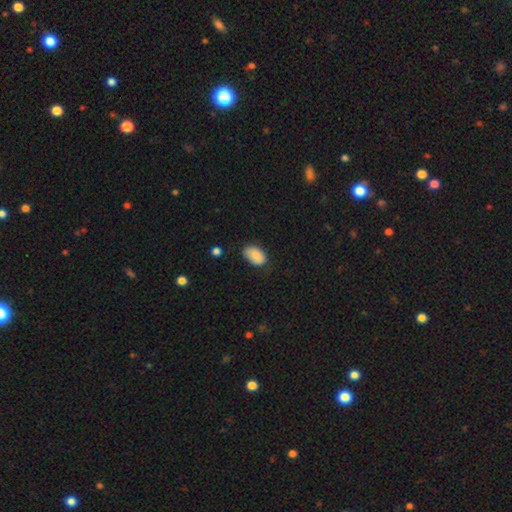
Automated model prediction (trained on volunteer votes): Smooth or featured?
  - smooth: 86% *
  - star or artifact: 7%
  - featured or disk: 6%
How rounded?
  - in between: 92% *
  - round: 7%
  - cigar-shaped: 1%
Merging?
  - none: 66% *
  - minor disturbance: 27%
  - major disturbance: 5%
  - merger: 2%